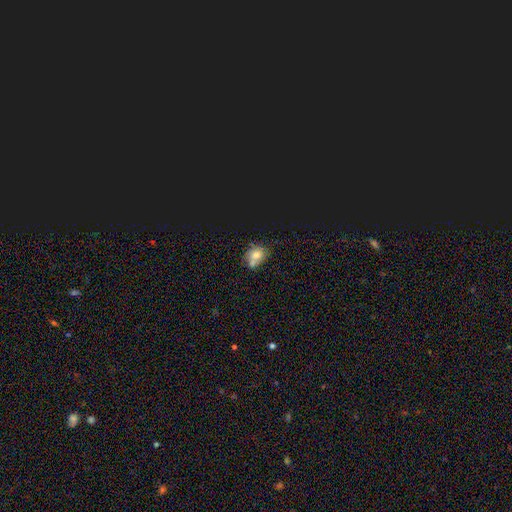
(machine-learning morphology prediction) This appears to be a smooth galaxy with no disk features (66%) that is round (52%). Merging: none (45%).